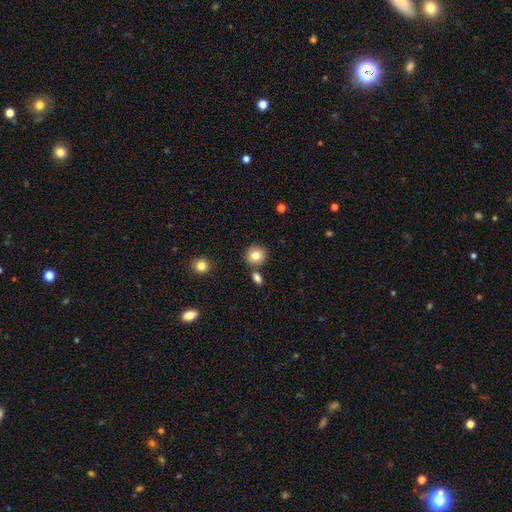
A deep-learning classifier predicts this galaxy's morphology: The model was most divided on "merging": none: 80%, merger: 9%, minor disturbance: 8%, major disturbance: 2%. More confident: how rounded — round (87%); smooth or featured — smooth (82%).